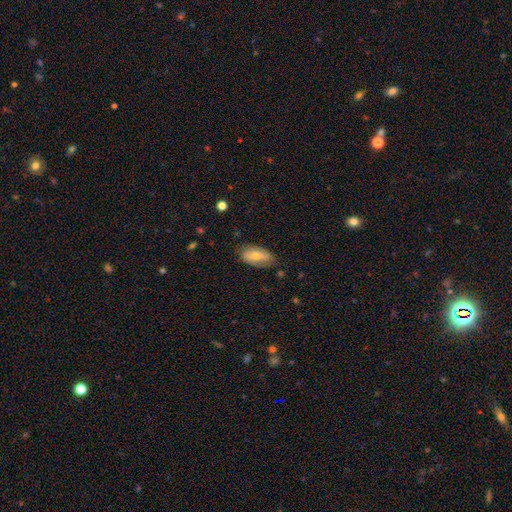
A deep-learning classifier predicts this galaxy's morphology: Smooth or featured? Predicted: smooth (p=0.63). How rounded? Predicted: in between (p=0.91). Merging? Predicted: none (p=0.67).